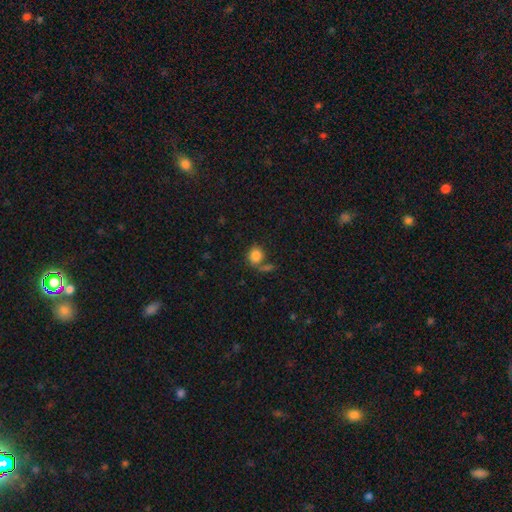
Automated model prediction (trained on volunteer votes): Smooth or featured: smooth — 84% (star or artifact — 9%)
How rounded: round — 69% (in between — 30%)
Merging: none — 58% (merger — 22%)